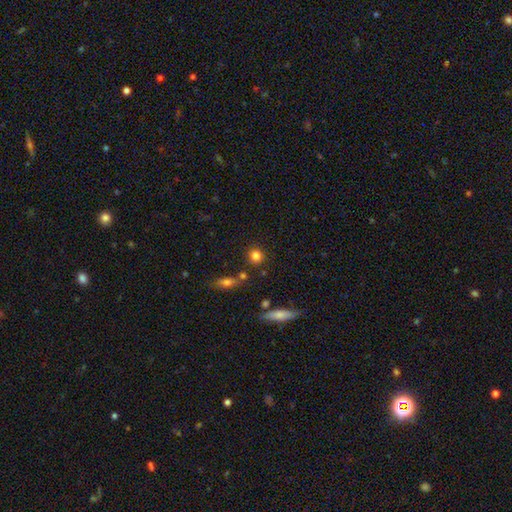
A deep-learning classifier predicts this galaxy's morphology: type=smooth (81%); roundness=round (87%); merging=none (81%).